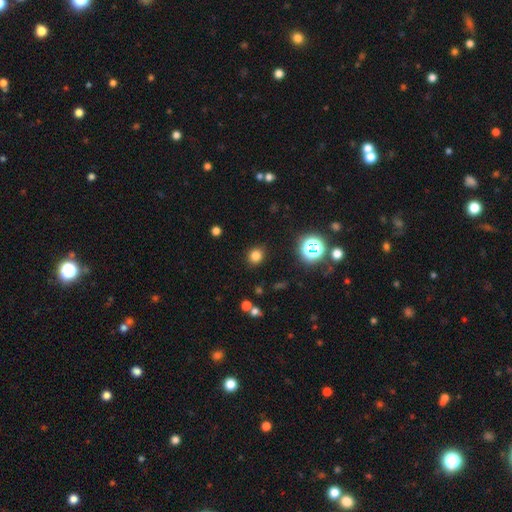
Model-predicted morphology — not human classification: Smooth or featured? Predicted: smooth (p=0.78). How rounded? Predicted: round (p=0.85). Merging? Predicted: none (p=0.89).